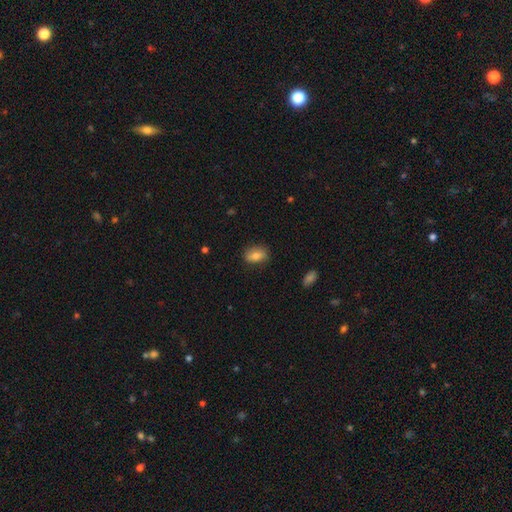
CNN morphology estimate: Smooth or featured?
  - smooth: 75% *
  - featured or disk: 17%
  - star or artifact: 8%
How rounded?
  - in between: 82% *
  - round: 16%
  - cigar-shaped: 3%
Merging?
  - none: 79% *
  - minor disturbance: 16%
  - major disturbance: 3%
  - merger: 1%